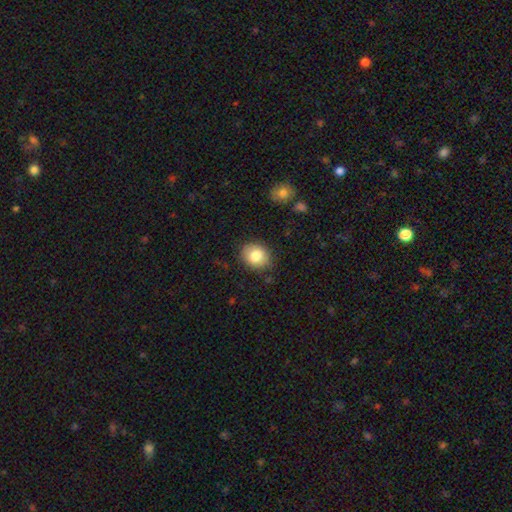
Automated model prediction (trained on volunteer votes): A smooth galaxy with no disk features (81%) that is round (57%). Merging: none (83%).